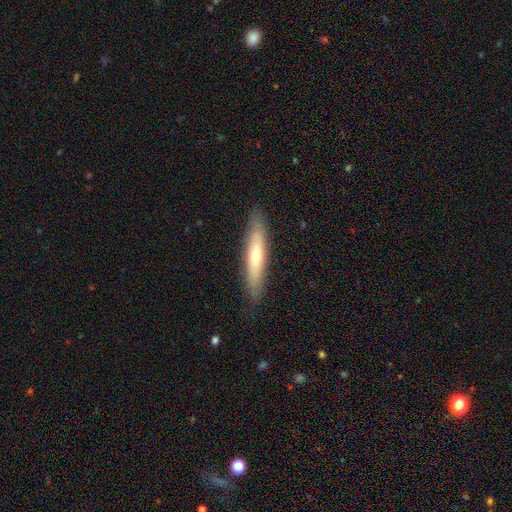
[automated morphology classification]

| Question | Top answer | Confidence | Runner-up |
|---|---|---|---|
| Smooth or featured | smooth | 47% | featured or disk (46%) |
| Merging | none | 87% | minor disturbance (10%) |